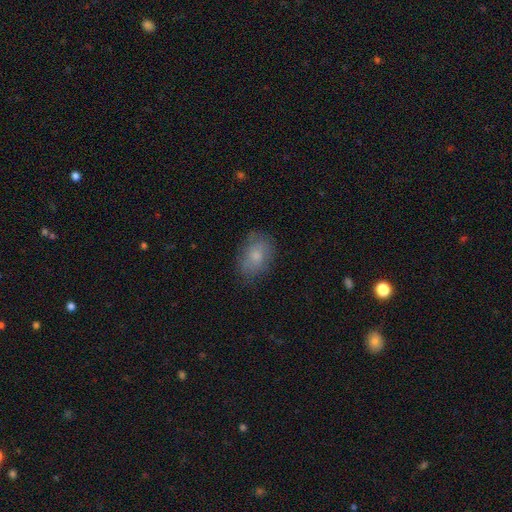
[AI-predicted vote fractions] A smooth galaxy with no disk features (73%) that is in between round and cigar-shaped (76%). Merging: none (71%).